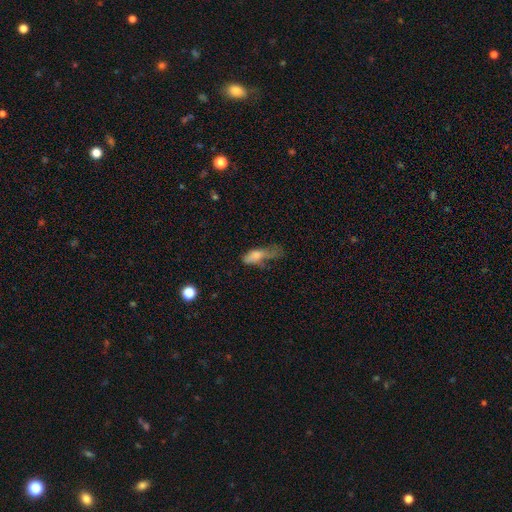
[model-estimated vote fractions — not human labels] Smooth or featured? Predicted: smooth (p=0.69). How rounded? Predicted: in between (p=0.66). Merging? Predicted: major disturbance (p=0.50).